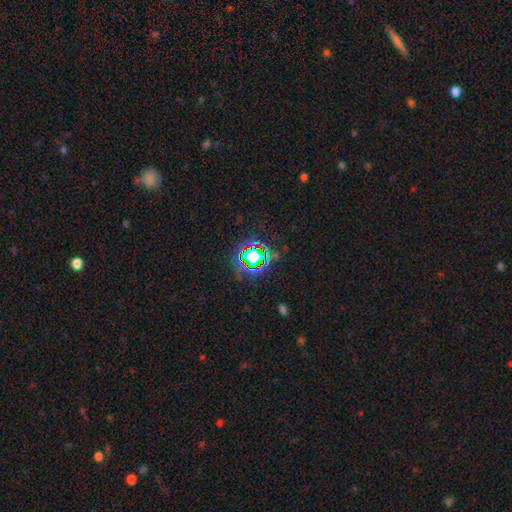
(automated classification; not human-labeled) star or artifact 71%, smooth 17%, featured or disk 12%.